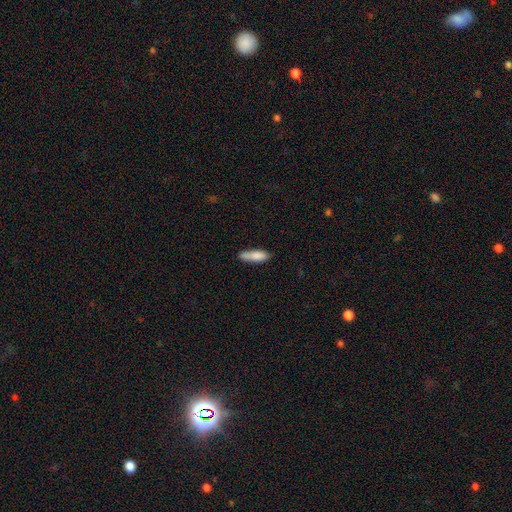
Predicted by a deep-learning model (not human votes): smooth_or_featured: smooth (p=0.84) [alt: featured or disk p=0.10]
how_rounded: cigar-shaped (p=0.55) [alt: in between p=0.43]
merging: none (p=0.69) [alt: minor disturbance p=0.23]